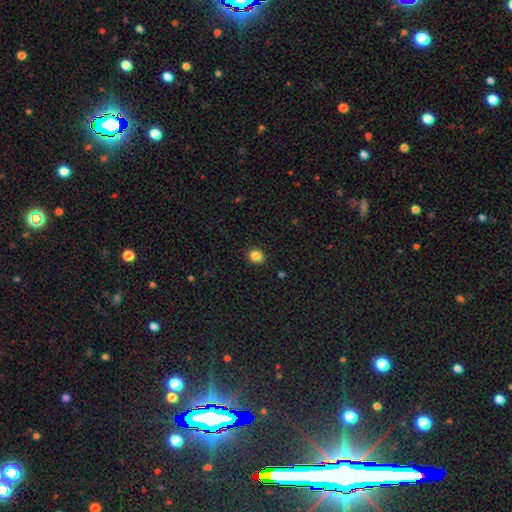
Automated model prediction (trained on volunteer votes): Smooth or featured? smooth (85%)
How rounded? round (77%)
Merging? none (91%)